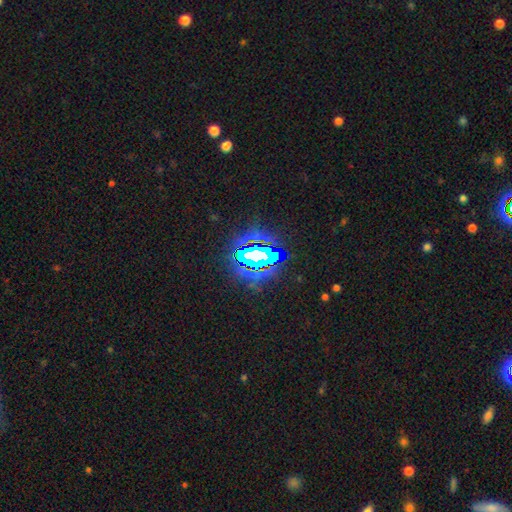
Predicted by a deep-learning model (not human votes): A star or artifact, not a galaxy (70%).

Vote fractions:
- Smooth or featured? star or artifact: 70% / featured or disk: 15% / smooth: 14%